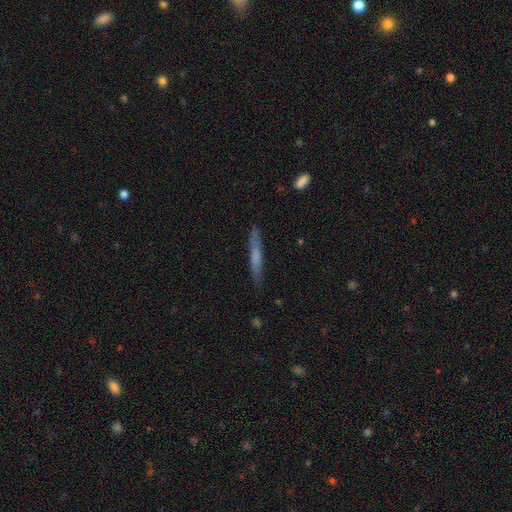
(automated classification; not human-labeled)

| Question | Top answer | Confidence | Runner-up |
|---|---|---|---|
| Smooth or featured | smooth | 58% | featured or disk (36%) |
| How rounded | cigar-shaped | 95% | in between (4%) |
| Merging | none | 86% | minor disturbance (10%) |